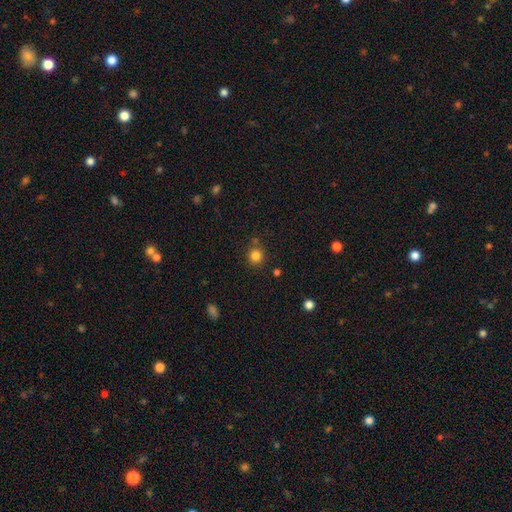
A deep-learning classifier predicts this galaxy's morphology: A smooth galaxy with no disk features (83%) that is round (92%). Merging: none (81%).